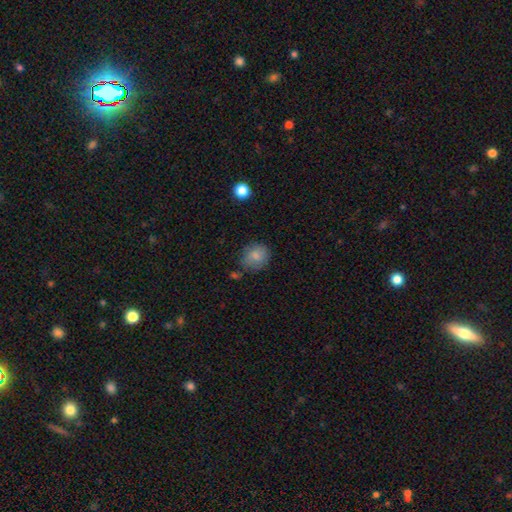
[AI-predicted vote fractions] Smooth or featured: smooth — 80% (featured or disk — 12%)
How rounded: round — 74% (in between — 25%)
Merging: none — 70% (minor disturbance — 20%)